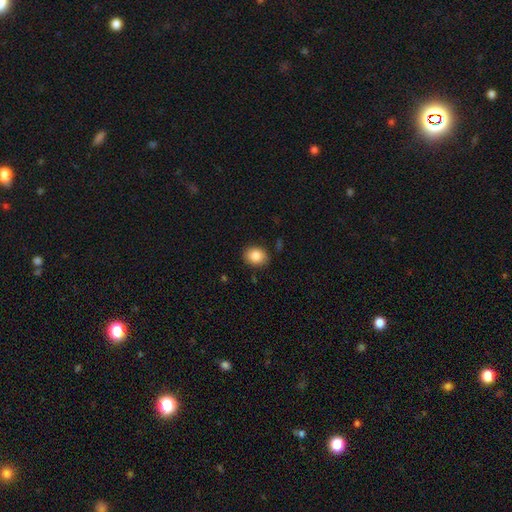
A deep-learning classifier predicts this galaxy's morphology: smooth 86%, star or artifact 8%, featured or disk 5%. Down the decision tree: how rounded — round (50%); merging — none (85%).